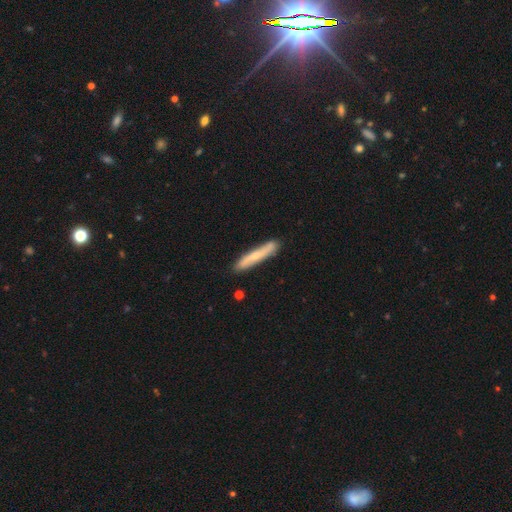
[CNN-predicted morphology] smooth_or_featured: smooth (p=0.56) [alt: featured or disk p=0.39]
how_rounded: cigar-shaped (p=0.93) [alt: in between p=0.05]
merging: none (p=0.86) [alt: minor disturbance p=0.10]